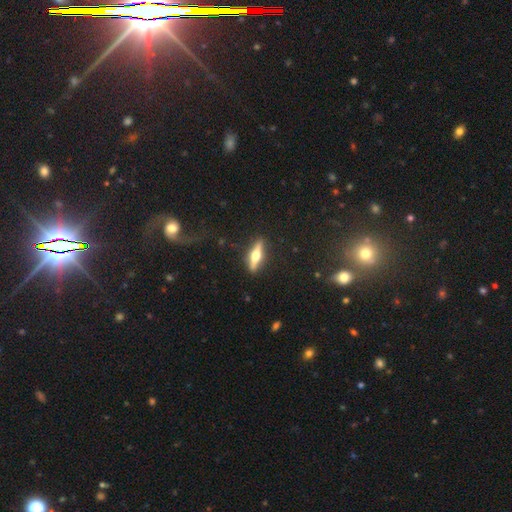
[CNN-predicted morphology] smooth-or-featured: featured or disk: 64% | smooth: 30% | star or artifact: 6%
  disk-edge-on: yes: 95% | no: 5%
    edge-on-bulge: rounded: 95% | boxy: 3% | none: 2%
  merging: none: 86% | minor disturbance: 9% | major disturbance: 3% | merger: 1%